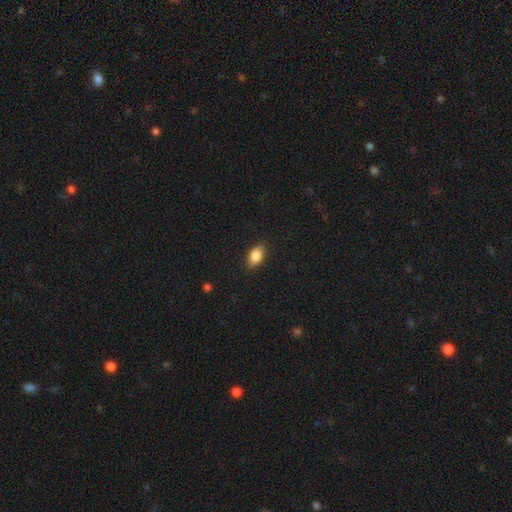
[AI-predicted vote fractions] Morphology: type=smooth (84%); roundness=in between (88%); merging=none (87%).